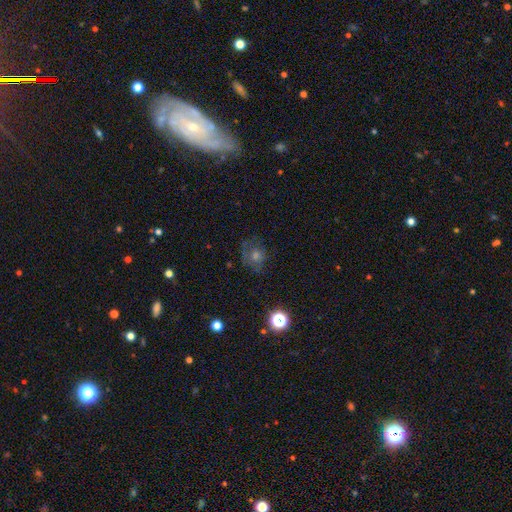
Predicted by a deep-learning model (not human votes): Smooth or featured? smooth (35%)
Merging? none (68%)